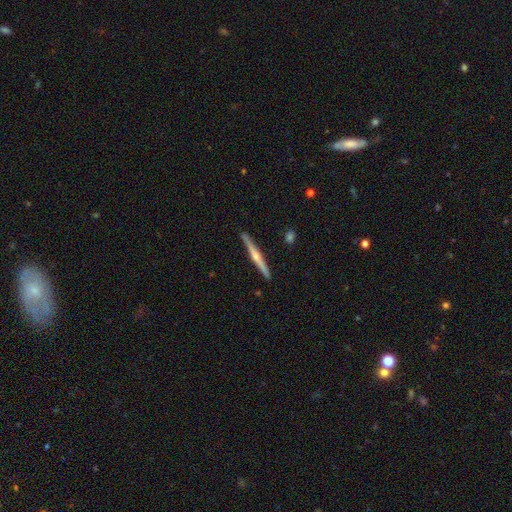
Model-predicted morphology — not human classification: smooth_or_featured: featured or disk (p=0.72) [alt: smooth p=0.23]
disk_edge_on: yes (p=0.98) [alt: no p=0.02]
edge_on_bulge: rounded (p=0.81) [alt: none p=0.15]
merging: none (p=0.92) [alt: minor disturbance p=0.06]